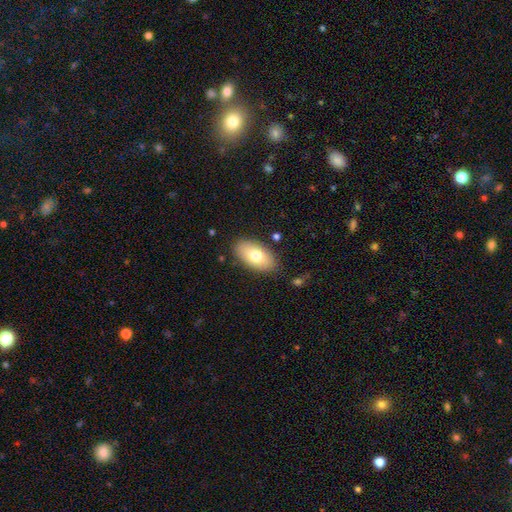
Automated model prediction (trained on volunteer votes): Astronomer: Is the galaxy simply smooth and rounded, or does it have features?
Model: smooth — 75%.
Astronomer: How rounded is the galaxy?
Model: in between — 94%.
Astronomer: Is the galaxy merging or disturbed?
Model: none — 85%.